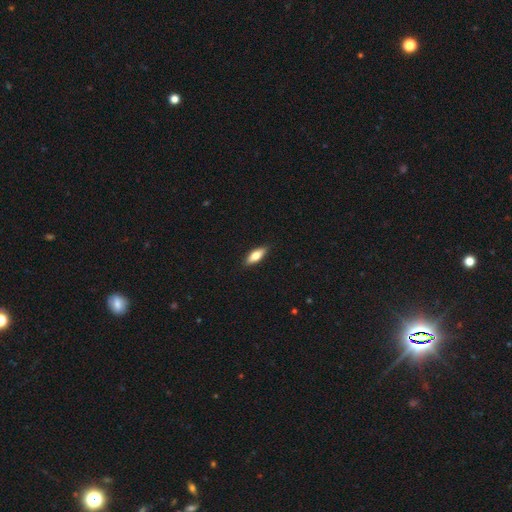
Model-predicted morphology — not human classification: Smooth or featured? Predicted: smooth (p=0.69). How rounded? Predicted: in between (p=0.65). Merging? Predicted: none (p=0.89).